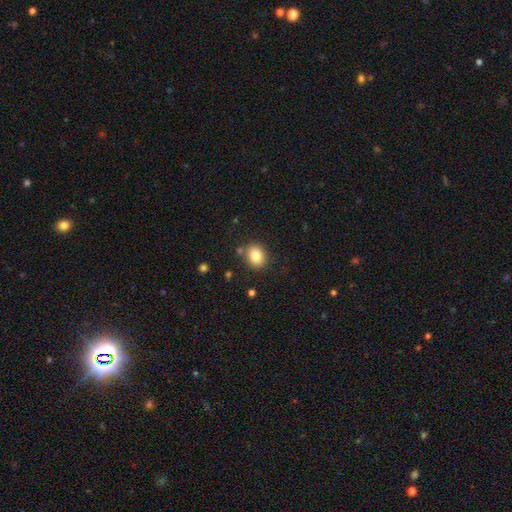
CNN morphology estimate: This is clearly a smooth galaxy (83%). How rounded: likely round (63%). Merging: clearly none (83%).